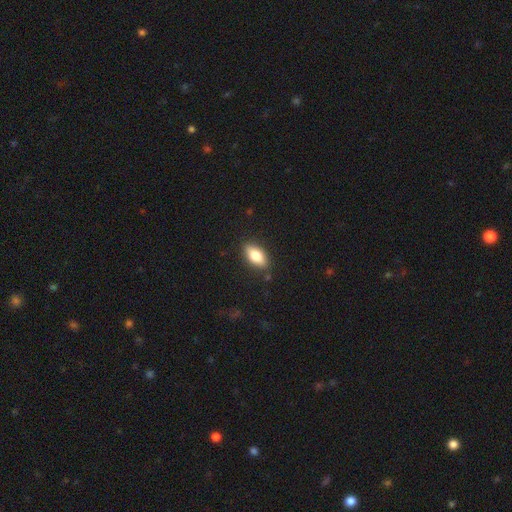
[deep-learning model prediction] A smooth galaxy with no disk features (77%) that is in between round and cigar-shaped (86%). Merging: none (85%).